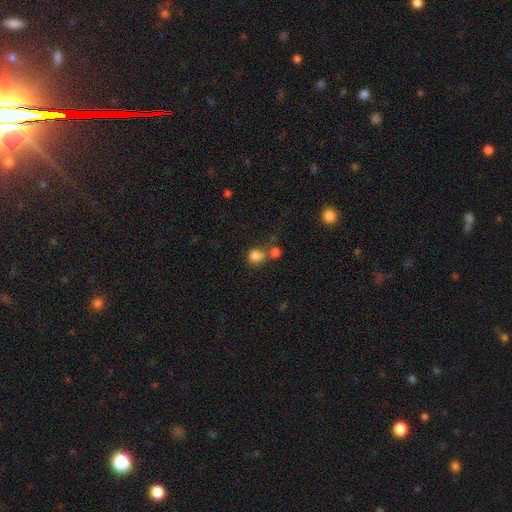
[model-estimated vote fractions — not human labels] Q: Smooth or featured?
A: smooth (81%); runner-up: star or artifact (12%)
Q: How rounded?
A: round (80%); runner-up: in between (19%)
Q: Merging?
A: none (50%); runner-up: merger (34%)